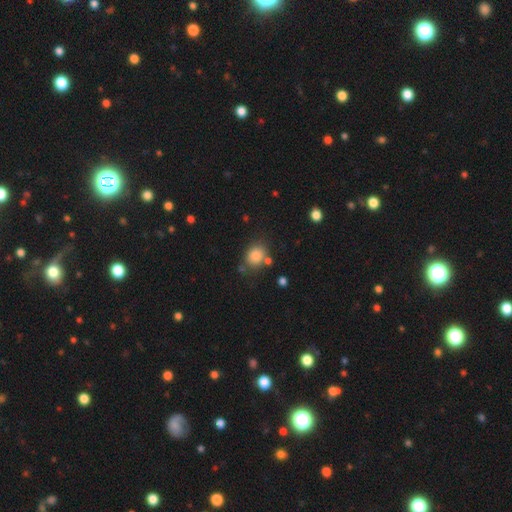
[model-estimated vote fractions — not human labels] smooth-or-featured: smooth: 84% | star or artifact: 10% | featured or disk: 6%
  how-rounded: round: 51% | in between: 48% | cigar-shaped: 1%
  merging: none: 67% | minor disturbance: 16% | merger: 11% | major disturbance: 6%